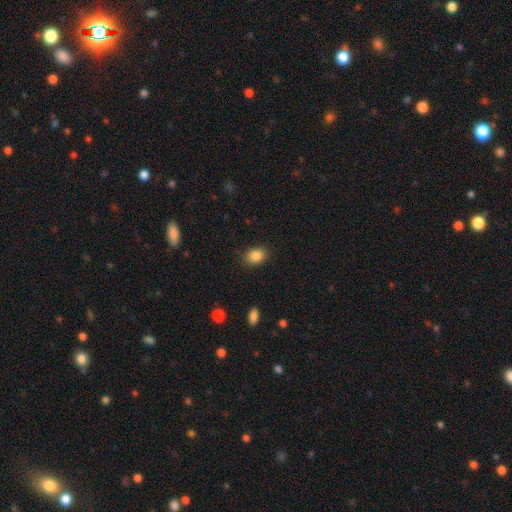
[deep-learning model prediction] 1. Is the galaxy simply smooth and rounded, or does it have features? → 86% smooth, 9% star or artifact, 5% featured or disk.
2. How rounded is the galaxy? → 68% in between, 31% round, 1% cigar-shaped.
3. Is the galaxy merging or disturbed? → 86% none, 10% minor disturbance, 3% major disturbance, 1% merger.